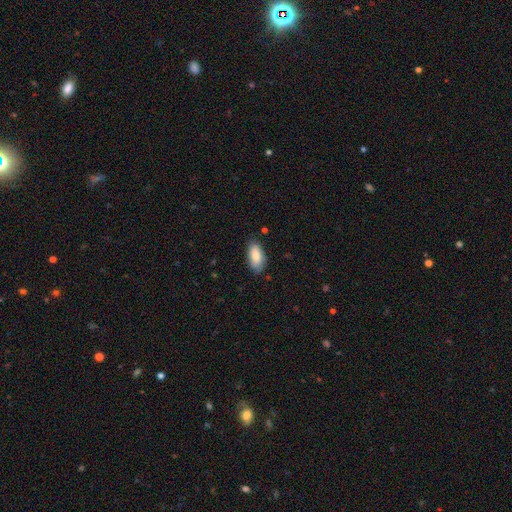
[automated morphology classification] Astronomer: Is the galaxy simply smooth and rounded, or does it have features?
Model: smooth — 85%.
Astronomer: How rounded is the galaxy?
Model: in between — 91%.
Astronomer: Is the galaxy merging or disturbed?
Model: none — 77%.